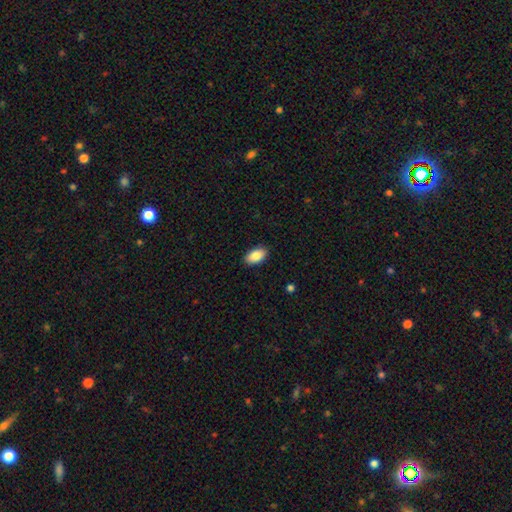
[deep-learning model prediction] Smooth or featured? smooth (88%)
How rounded? in between (94%)
Merging? none (89%)